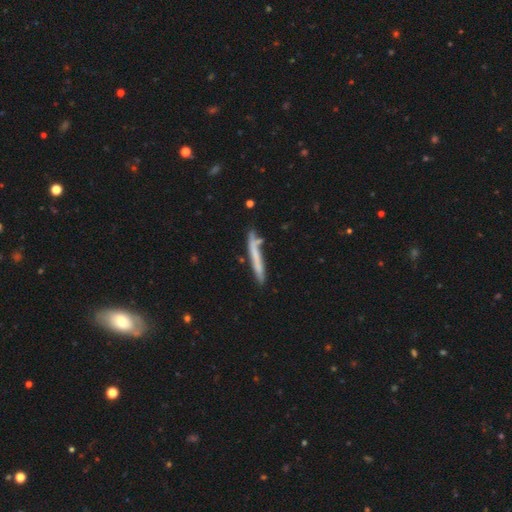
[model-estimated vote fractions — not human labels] This appears to be a smooth galaxy with no disk features (54%) that is cigar-shaped (96%). Merging: none (74%).